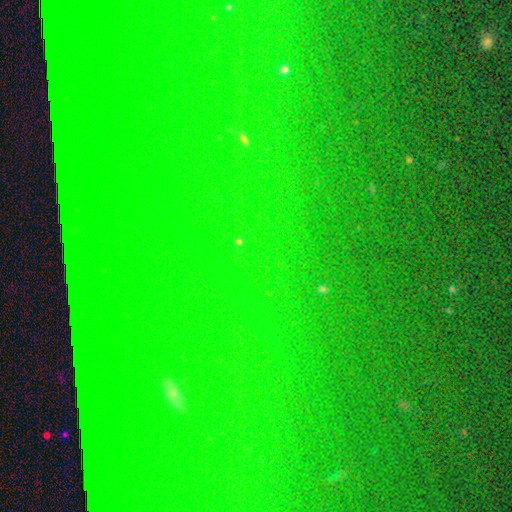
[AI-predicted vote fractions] Smooth or featured: star or artifact — 77% (smooth — 13%)